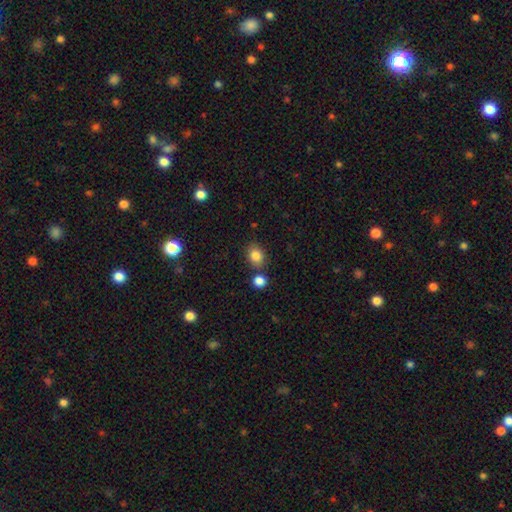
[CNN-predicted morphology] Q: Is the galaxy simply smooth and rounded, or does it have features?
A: smooth — 84%.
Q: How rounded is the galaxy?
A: round — 51%.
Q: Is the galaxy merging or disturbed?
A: none — 71%.